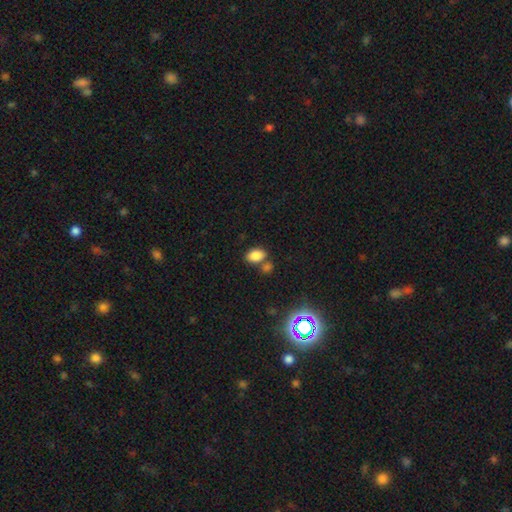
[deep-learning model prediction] This appears to be a smooth galaxy with no disk features (83%) that is in between round and cigar-shaped (86%). Merging: none (59%).